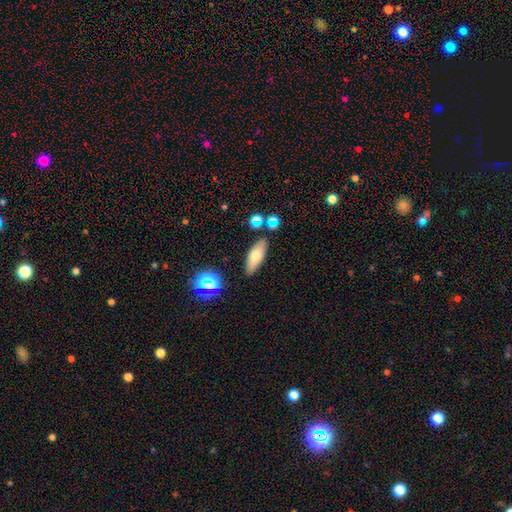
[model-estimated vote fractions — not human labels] The model was most divided on "how rounded": in between: 65%, cigar-shaped: 32%, round: 3%. More confident: merging — none (82%); smooth or featured — smooth (65%).